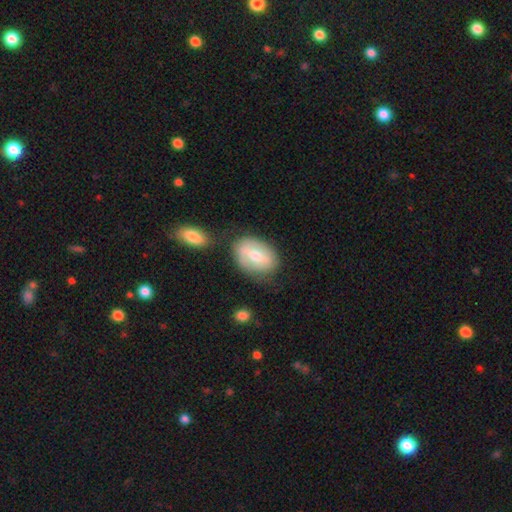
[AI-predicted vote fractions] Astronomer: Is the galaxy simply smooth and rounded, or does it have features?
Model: smooth — 54% (runner-up: featured or disk, 40%).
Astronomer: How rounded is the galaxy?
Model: in between — 77%.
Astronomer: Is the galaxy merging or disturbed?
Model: none — 65%.